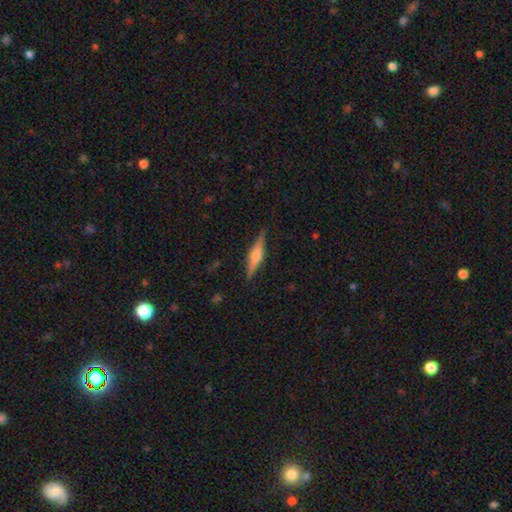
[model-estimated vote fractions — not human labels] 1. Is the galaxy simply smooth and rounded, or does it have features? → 68% featured or disk, 25% smooth, 7% star or artifact.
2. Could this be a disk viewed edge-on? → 97% yes, 3% no.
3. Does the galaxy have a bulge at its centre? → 80% rounded, 15% boxy, 5% none.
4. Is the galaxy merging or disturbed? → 88% none, 9% minor disturbance, 2% major disturbance, 1% merger.